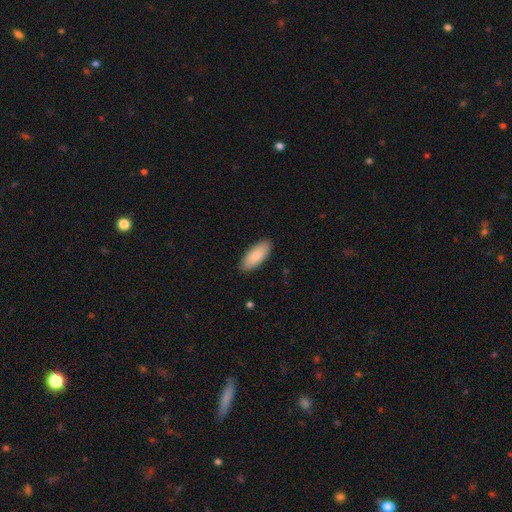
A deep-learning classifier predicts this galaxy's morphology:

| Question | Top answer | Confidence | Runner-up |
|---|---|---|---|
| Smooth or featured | smooth | 90% | featured or disk (5%) |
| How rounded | in between | 82% | cigar-shaped (16%) |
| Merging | none | 88% | minor disturbance (9%) |